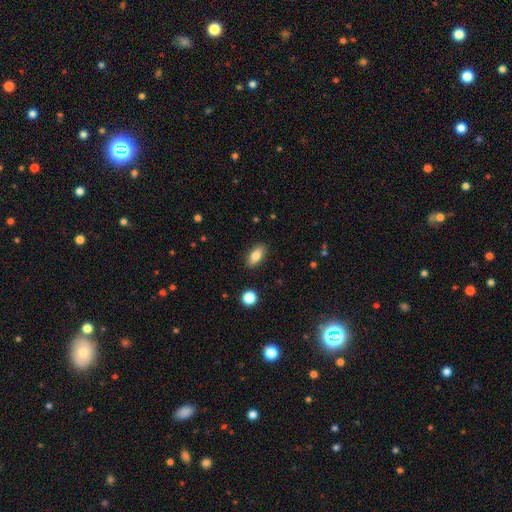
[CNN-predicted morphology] Smooth or featured?
  - smooth: 82% *
  - featured or disk: 11%
  - star or artifact: 8%
How rounded?
  - in between: 86% *
  - cigar-shaped: 10%
  - round: 4%
Merging?
  - none: 88% *
  - minor disturbance: 9%
  - major disturbance: 2%
  - merger: 1%